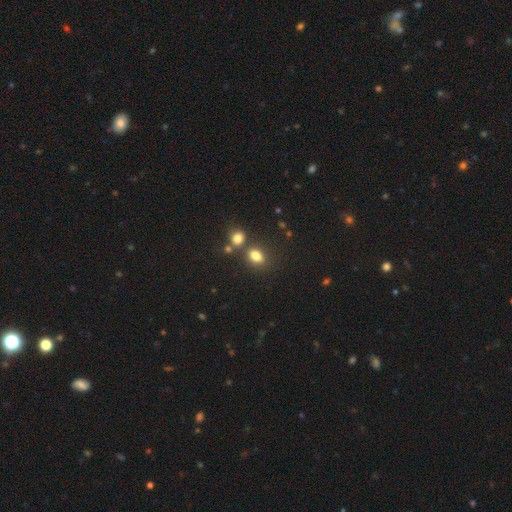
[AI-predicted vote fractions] smooth-or-featured: smooth: 79% | star or artifact: 13% | featured or disk: 7%
  how-rounded: in between: 67% | round: 31% | cigar-shaped: 2%
  merging: none: 59% | merger: 25% | minor disturbance: 12% | major disturbance: 4%